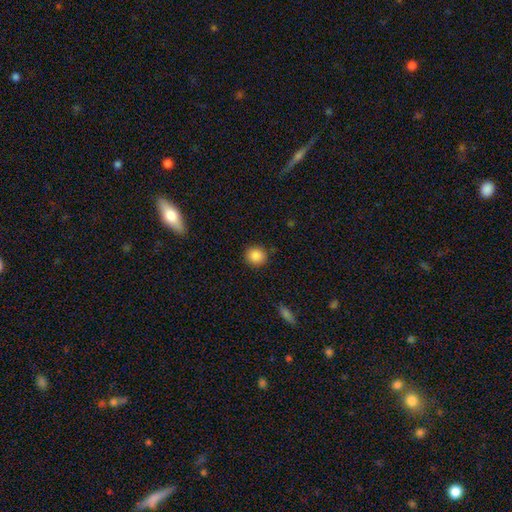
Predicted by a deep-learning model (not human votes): This is clearly a smooth galaxy (86%). How rounded: clearly round (89%). Merging: clearly none (88%).